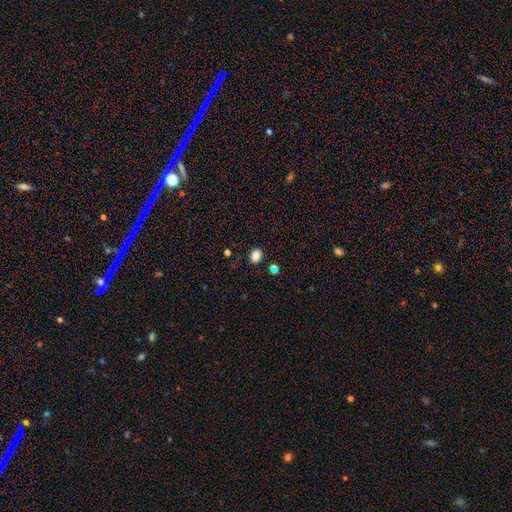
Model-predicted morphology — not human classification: The model was most divided on "how rounded": in between: 63%, round: 35%, cigar-shaped: 1%. More confident: smooth or featured — smooth (84%); merging — none (83%).